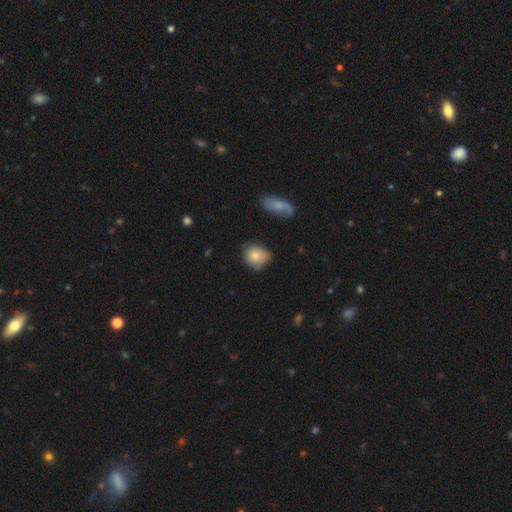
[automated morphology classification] type=smooth (77%); roundness=round (68%); merging=none (61%).